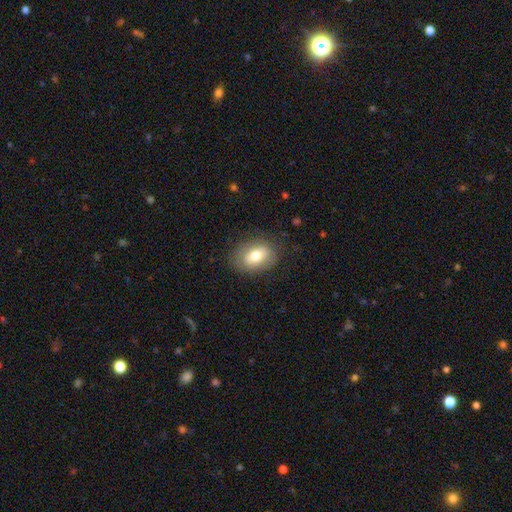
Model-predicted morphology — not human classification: Smooth or featured?
  - smooth: 70% *
  - featured or disk: 22%
  - star or artifact: 8%
How rounded?
  - in between: 77% *
  - round: 21%
  - cigar-shaped: 1%
Merging?
  - none: 79% *
  - minor disturbance: 14%
  - major disturbance: 5%
  - merger: 1%